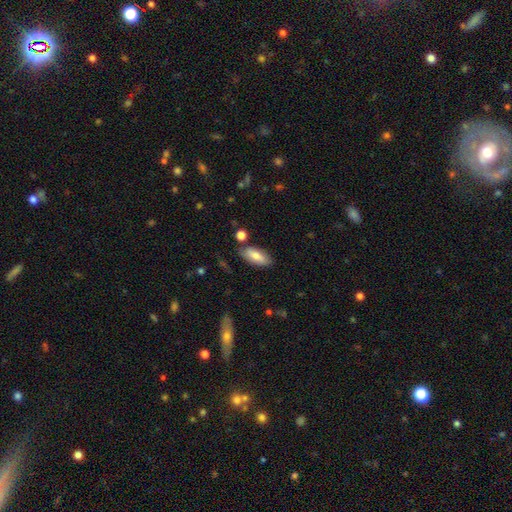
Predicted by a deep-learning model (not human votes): smooth-or-featured: smooth: 74% | featured or disk: 20% | star or artifact: 7%
  how-rounded: in between: 81% | cigar-shaped: 17% | round: 2%
  merging: none: 80% | minor disturbance: 13% | merger: 4% | major disturbance: 3%